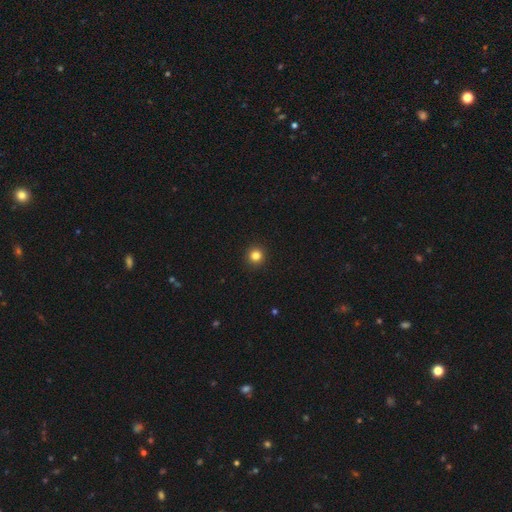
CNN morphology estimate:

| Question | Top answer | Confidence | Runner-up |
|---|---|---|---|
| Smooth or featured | smooth | 83% | star or artifact (13%) |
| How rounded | round | 94% | in between (5%) |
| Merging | none | 93% | minor disturbance (5%) |